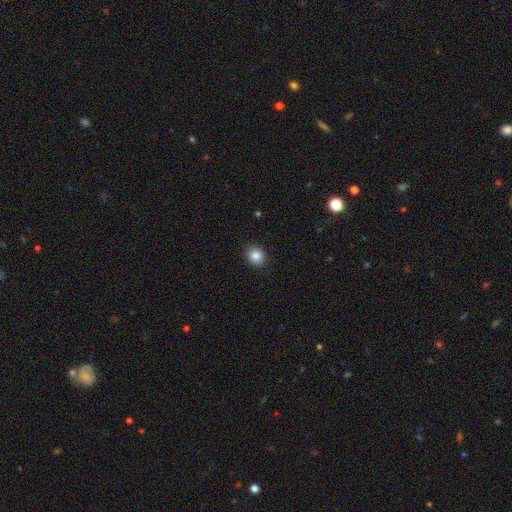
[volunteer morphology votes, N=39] Smooth or featured? 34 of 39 (87%) said smooth. How rounded? 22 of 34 (65%) said round. Merging? 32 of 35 (91%) said none.